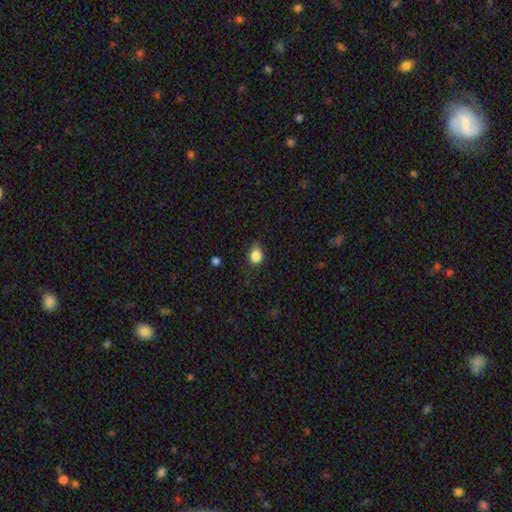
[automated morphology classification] smooth 85%, star or artifact 10%, featured or disk 5%. Down the decision tree: how rounded — round (50%); merging — none (69%).